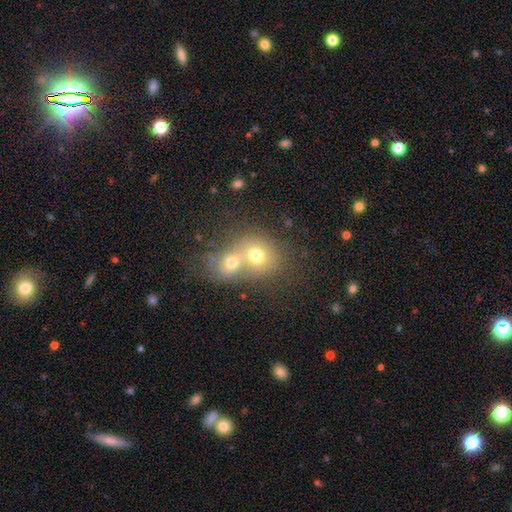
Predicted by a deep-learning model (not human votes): Morphology: type=smooth (62%); roundness=round (67%); merging=merger (70%).